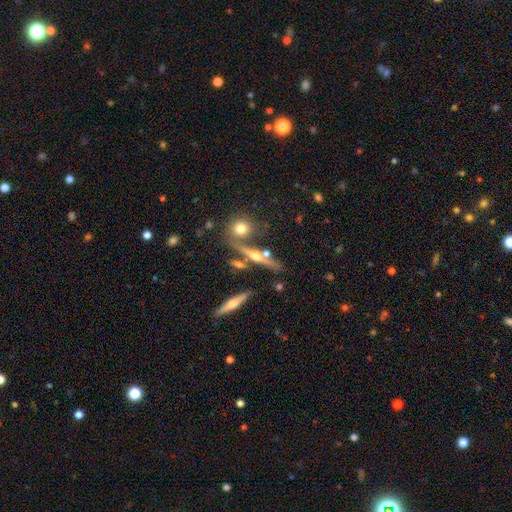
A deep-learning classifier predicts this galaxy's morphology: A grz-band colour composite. It shows a featured or disk galaxy (65%) viewed edge-on (91%) with a rounded central bulge (92%). Merging: none (69%).